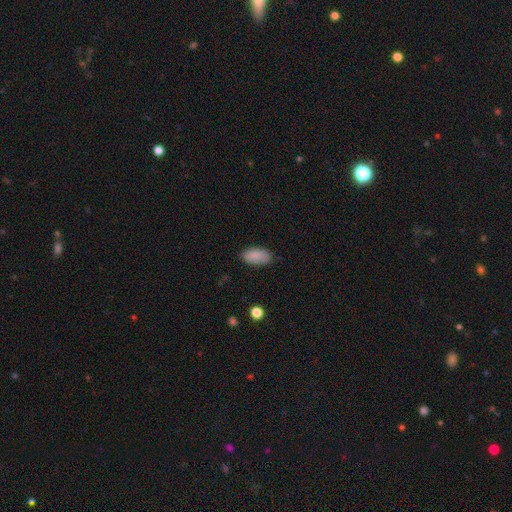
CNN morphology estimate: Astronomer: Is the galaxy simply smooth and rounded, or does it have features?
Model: smooth — 87%.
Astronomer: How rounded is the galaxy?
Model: in between — 93%.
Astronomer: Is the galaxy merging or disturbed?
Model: none — 82%.